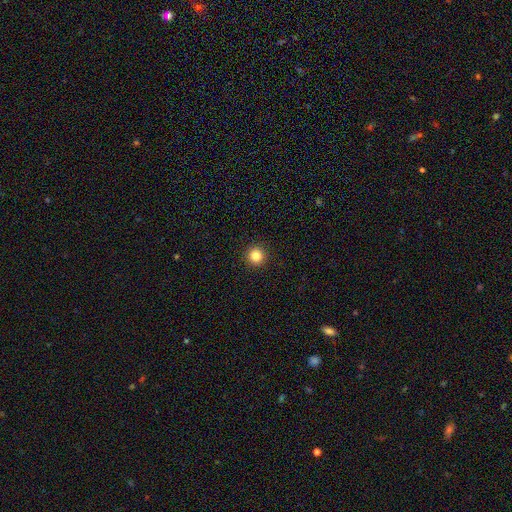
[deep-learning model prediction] The model was most divided on "smooth or featured": smooth: 84%, star or artifact: 12%, featured or disk: 4%. More confident: how rounded — round (96%); merging — none (93%).